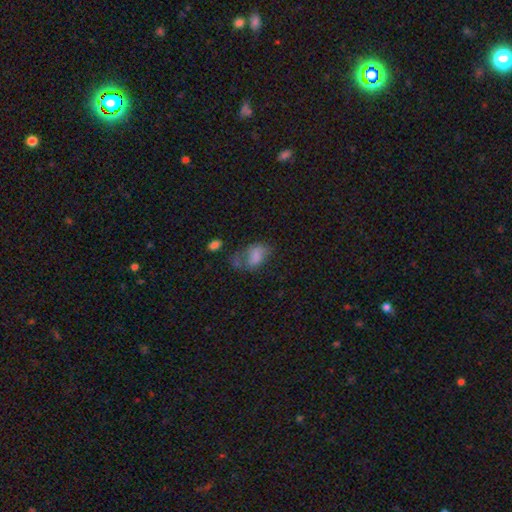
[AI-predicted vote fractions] smooth-or-featured: smooth: 71% | featured or disk: 18% | star or artifact: 11%
  how-rounded: in between: 87% | round: 12% | cigar-shaped: 2%
  merging: none: 31% | major disturbance: 29% | minor disturbance: 26% | merger: 14%